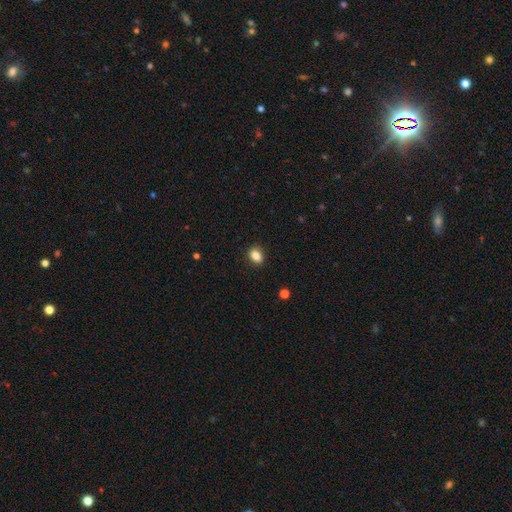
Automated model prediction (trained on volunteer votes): This is clearly a smooth galaxy (85%). How rounded: likely in between (73%). Merging: clearly none (87%).